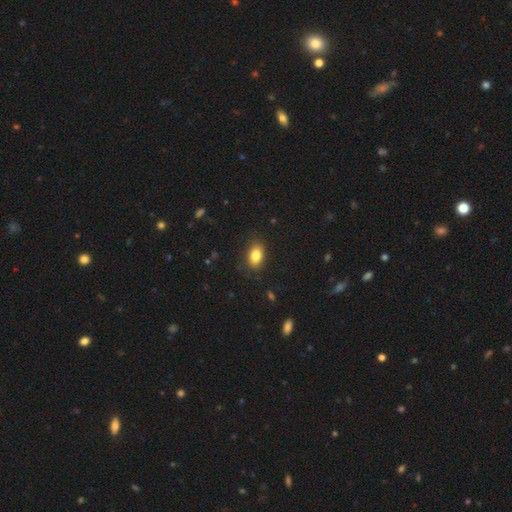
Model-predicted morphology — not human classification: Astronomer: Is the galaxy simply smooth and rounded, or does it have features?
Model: smooth — 84%.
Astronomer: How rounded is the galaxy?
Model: in between — 85%.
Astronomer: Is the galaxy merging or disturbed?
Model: none — 84%.